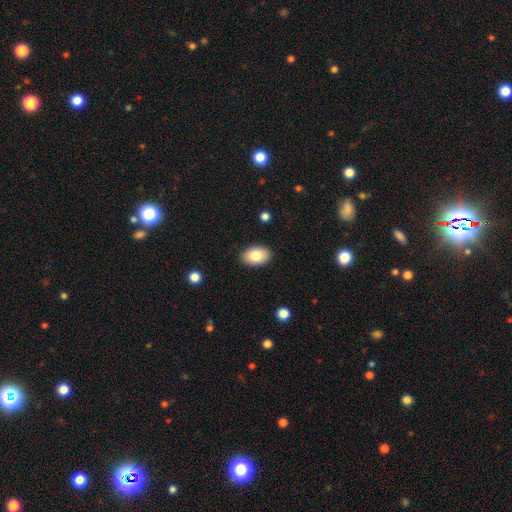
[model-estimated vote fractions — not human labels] smooth-or-featured: smooth: 84% | featured or disk: 9% | star or artifact: 7%
  how-rounded: in between: 89% | round: 10% | cigar-shaped: 1%
  merging: none: 89% | minor disturbance: 8% | major disturbance: 2% | merger: 1%